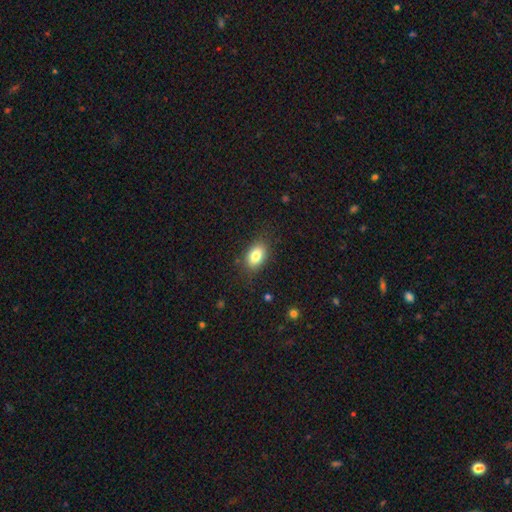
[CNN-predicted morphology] smooth 82%, featured or disk 9%, star or artifact 8%. Down the decision tree: how rounded — in between (88%); merging — none (84%).